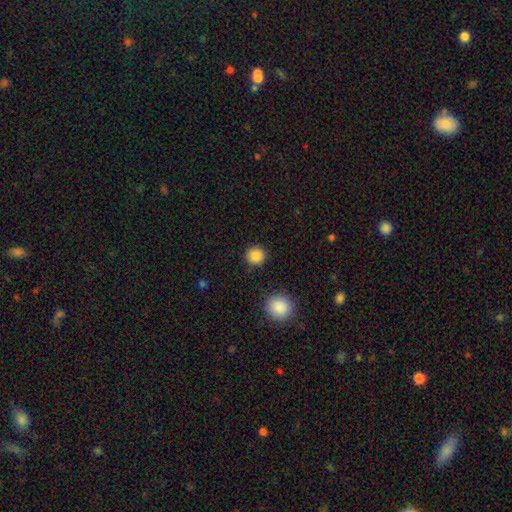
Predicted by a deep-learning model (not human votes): Smooth or featured? smooth (86%)
How rounded? round (93%)
Merging? none (91%)